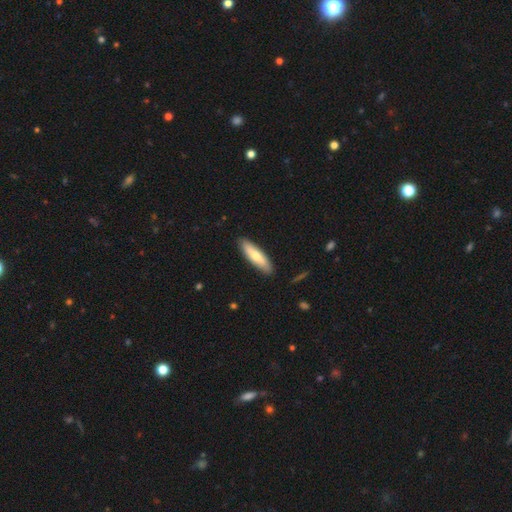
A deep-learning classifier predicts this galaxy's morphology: A smooth galaxy with no disk features (67%) that is cigar-shaped (64%).

Vote fractions:
- Smooth or featured? smooth: 67% / featured or disk: 28% / star or artifact: 5%
- How rounded? cigar-shaped: 64% / in between: 34% / round: 2%
- Merging? none: 89% / minor disturbance: 8% / major disturbance: 2% / merger: 1%